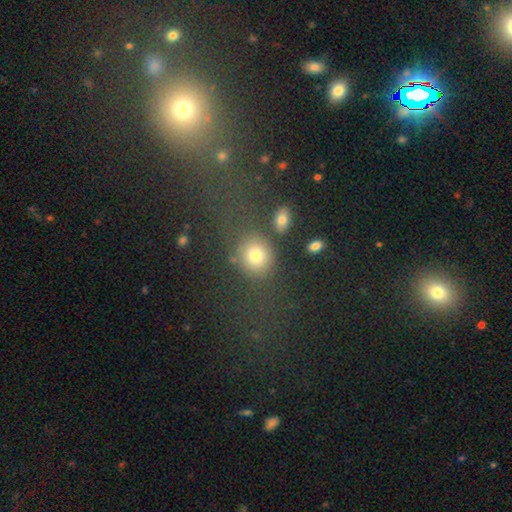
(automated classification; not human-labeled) Smooth or featured? Predicted: smooth (p=0.76). How rounded? Predicted: round (p=0.68). Merging? Predicted: none (p=0.68).